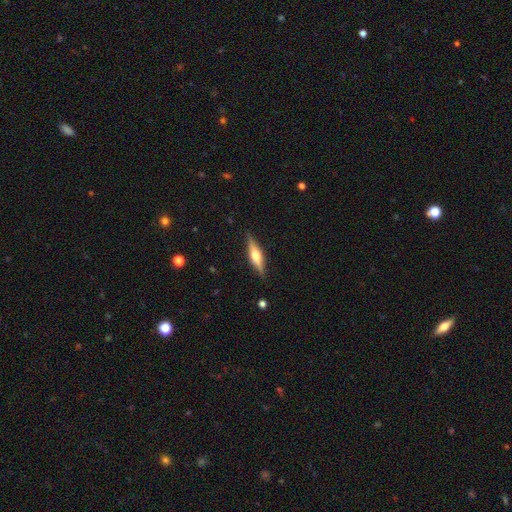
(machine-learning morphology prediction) A featured or disk galaxy (69%) viewed edge-on (97%) with a rounded central bulge (91%). Merging: none (89%).